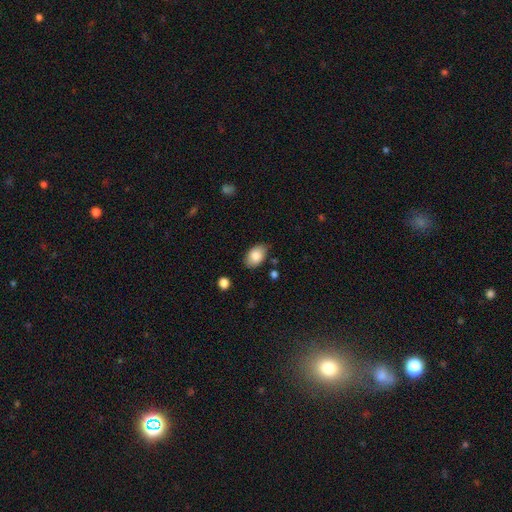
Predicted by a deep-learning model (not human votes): A smooth galaxy with no disk features (85%) that is in between round and cigar-shaped (90%).

Vote fractions:
- Smooth or featured? smooth: 85% / featured or disk: 8% / star or artifact: 7%
- How rounded? in between: 90% / round: 8% / cigar-shaped: 1%
- Merging? none: 81% / minor disturbance: 14% / major disturbance: 3% / merger: 2%